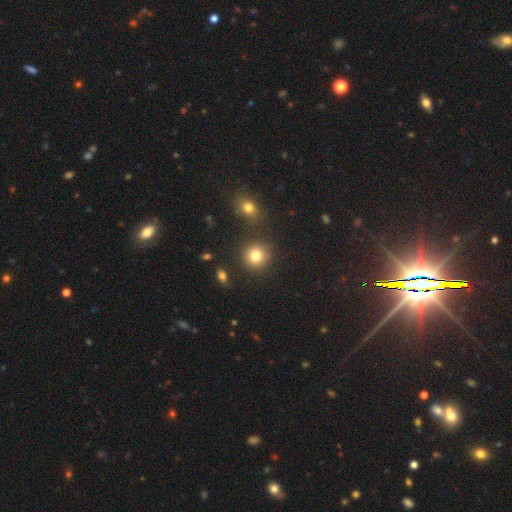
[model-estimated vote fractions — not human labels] smooth_or_featured: smooth (p=0.80) [alt: star or artifact p=0.13]
how_rounded: round (p=0.91) [alt: in between p=0.08]
merging: none (p=0.84) [alt: minor disturbance p=0.07]